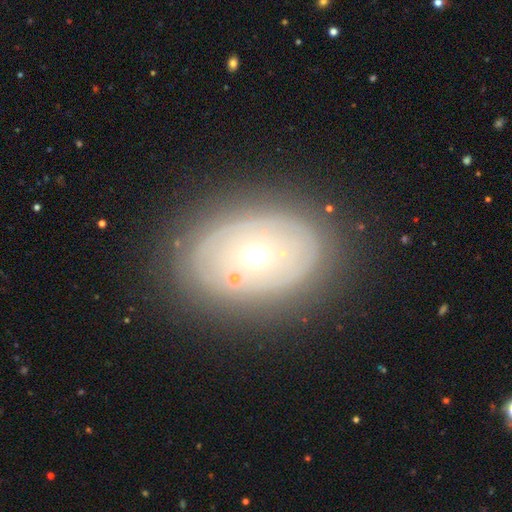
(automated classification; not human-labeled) Overall: featured or disk (60%; smooth 30%). Edge-on disk: no (93%). Bar: no (89%). Spiral arms: no (68%; yes 32%). Bulge size: moderate (54%; small 40%). Merging: none (73%).